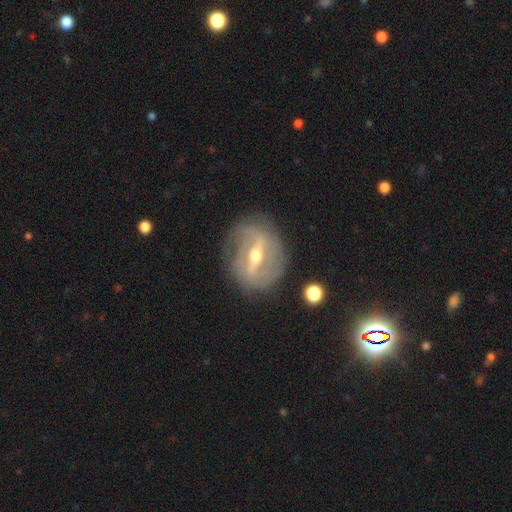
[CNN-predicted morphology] The model was most divided on "spiral winding": tight: 52%, medium: 33%, loose: 15%. Remaining: edge-on disk — no (91%); smooth or featured — featured or disk (86%); spiral arms — yes (85%); merging — none (77%); bar — strong (68%); bulge size — moderate (66%); spiral arm count — 2 (47%).